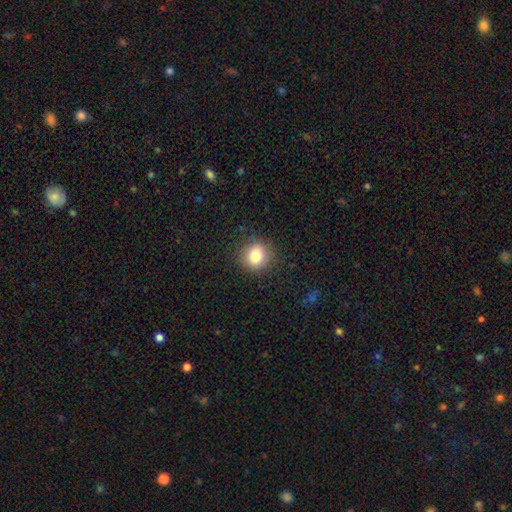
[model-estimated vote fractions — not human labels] Overall: smooth (82%). How rounded: round (86%). Merging: none (90%).